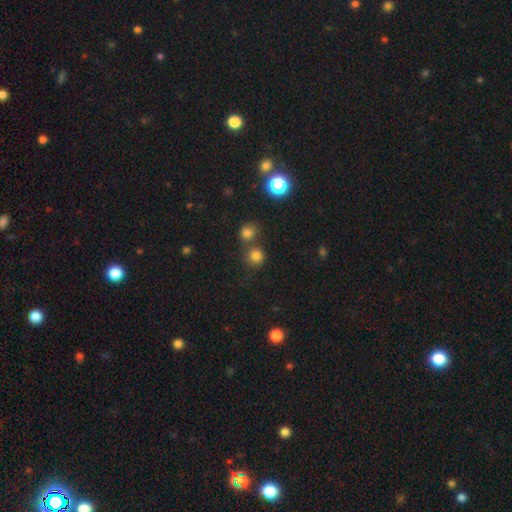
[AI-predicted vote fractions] A smooth galaxy with no disk features (76%) that is round (89%).

Vote fractions:
- Smooth or featured? smooth: 76% / star or artifact: 17% / featured or disk: 6%
- How rounded? round: 89% / in between: 10% / cigar-shaped: 1%
- Merging? none: 61% / merger: 28% / minor disturbance: 8% / major disturbance: 3%